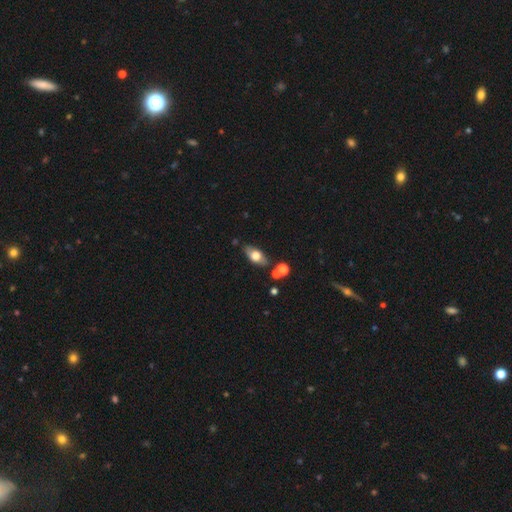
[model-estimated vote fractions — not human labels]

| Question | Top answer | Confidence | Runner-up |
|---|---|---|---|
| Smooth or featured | smooth | 62% | featured or disk (29%) |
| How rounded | in between | 83% | cigar-shaped (9%) |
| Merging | none | 74% | minor disturbance (14%) |